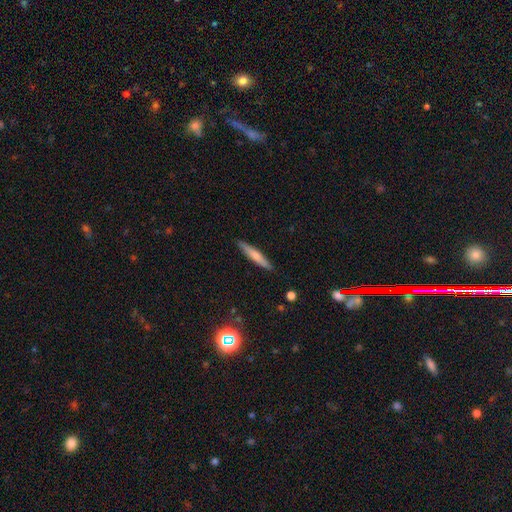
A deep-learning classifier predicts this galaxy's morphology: type=smooth (66%); roundness=cigar-shaped (91%); merging=none (89%).